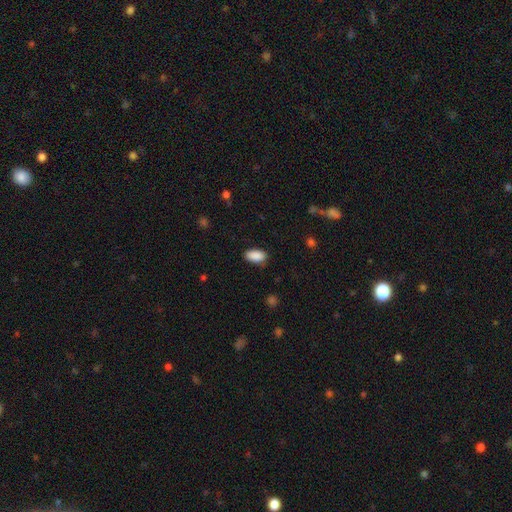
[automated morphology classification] A smooth galaxy with no disk features (90%) that is in between round and cigar-shaped (93%). Merging: none (84%).